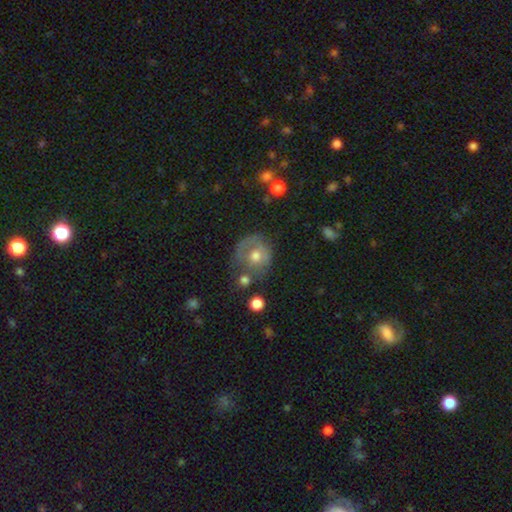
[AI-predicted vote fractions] smooth_or_featured: smooth (p=0.52) [alt: featured or disk p=0.39]
how_rounded: round (p=0.76) [alt: in between p=0.23]
merging: none (p=0.46) [alt: minor disturbance p=0.25]